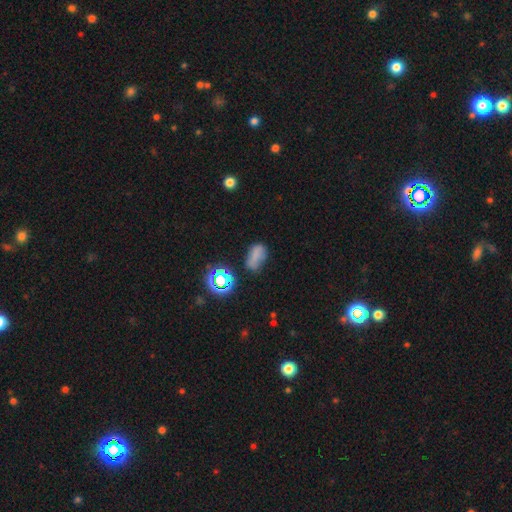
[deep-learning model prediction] smooth-or-featured: smooth: 63% | star or artifact: 23% | featured or disk: 14%
  how-rounded: in between: 84% | round: 13% | cigar-shaped: 4%
  merging: none: 49% | minor disturbance: 29% | major disturbance: 14% | merger: 8%